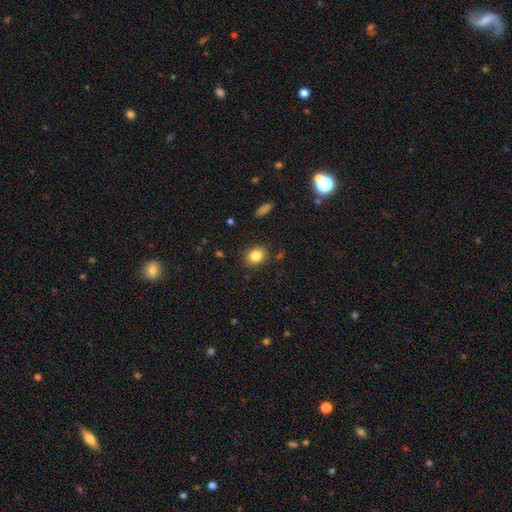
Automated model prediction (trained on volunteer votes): The model was most divided on "how rounded": round: 51%, in between: 48%, cigar-shaped: 1%. More confident: merging — none (87%); smooth or featured — smooth (83%).